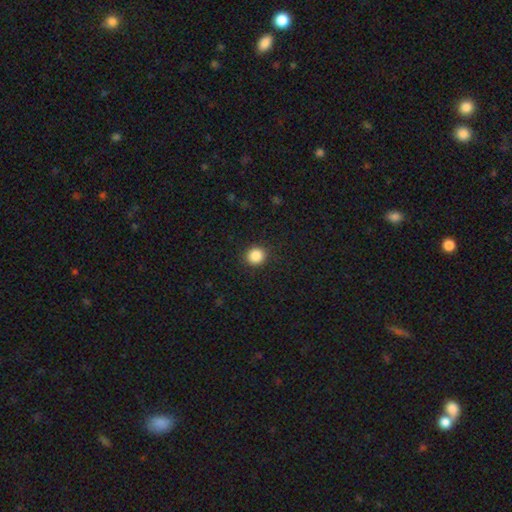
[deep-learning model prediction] The model was most divided on "smooth or featured": smooth: 87%, star or artifact: 10%, featured or disk: 3%. More confident: merging — none (91%); how rounded — round (89%).